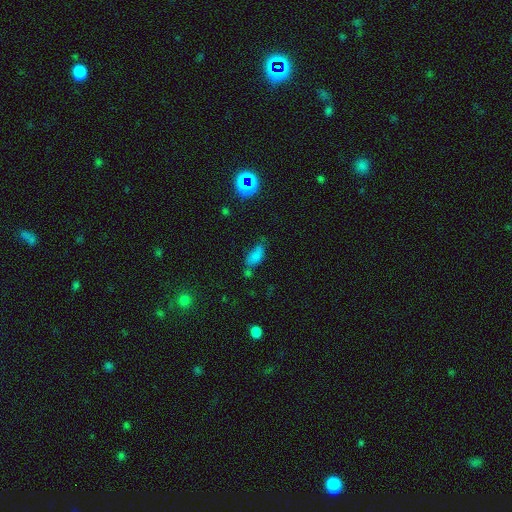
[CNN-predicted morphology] A smooth galaxy with no disk features (71%) that is in between round and cigar-shaped (84%). Merging: none (49%).